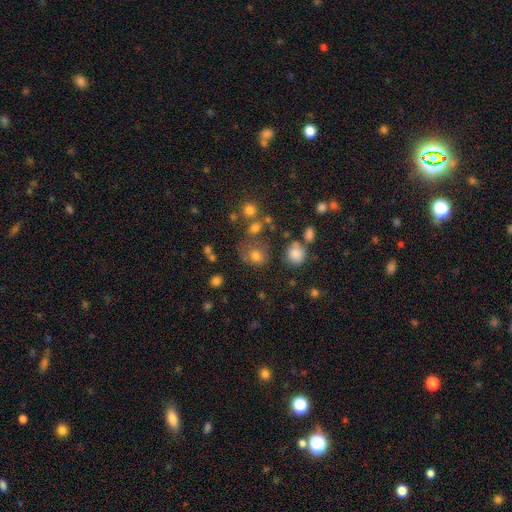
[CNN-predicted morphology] Smooth or featured?
  - smooth: 72% *
  - star or artifact: 17%
  - featured or disk: 11%
How rounded?
  - round: 70% *
  - in between: 29%
  - cigar-shaped: 1%
Merging?
  - none: 52% *
  - minor disturbance: 20%
  - major disturbance: 15%
  - merger: 13%